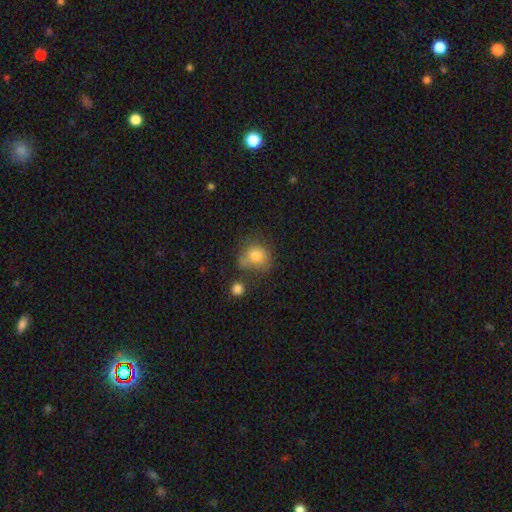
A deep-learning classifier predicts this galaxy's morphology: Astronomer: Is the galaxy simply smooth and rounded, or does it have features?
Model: smooth — 78%.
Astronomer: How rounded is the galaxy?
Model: round — 69%.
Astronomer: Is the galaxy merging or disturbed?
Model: none — 45% (runner-up: minor disturbance, 25%).